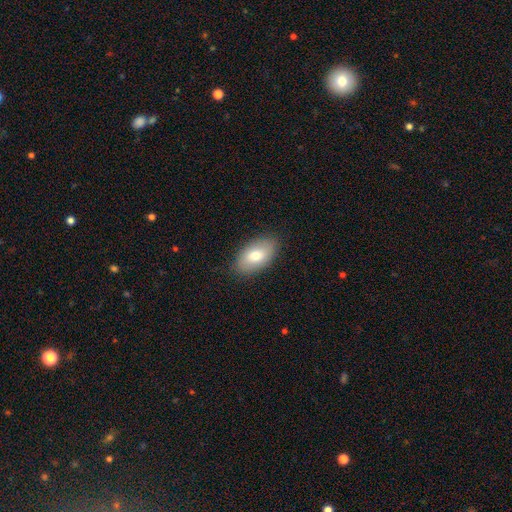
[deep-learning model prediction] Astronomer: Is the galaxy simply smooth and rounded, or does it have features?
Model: smooth — 74%.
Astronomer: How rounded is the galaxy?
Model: in between — 93%.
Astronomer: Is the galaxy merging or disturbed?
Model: none — 86%.